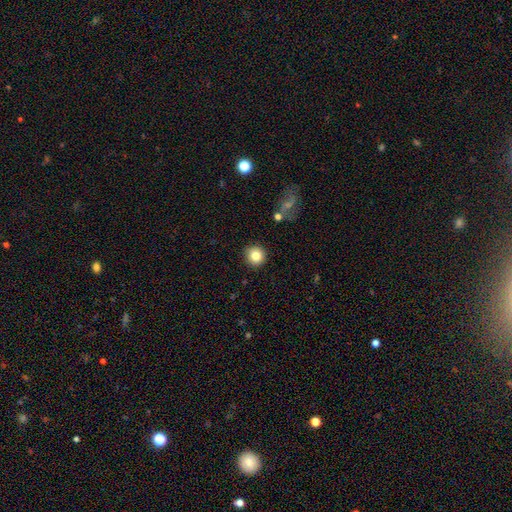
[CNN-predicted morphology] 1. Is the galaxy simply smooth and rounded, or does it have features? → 82% smooth, 10% star or artifact, 8% featured or disk.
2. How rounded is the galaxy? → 93% round, 6% in between, 1% cigar-shaped.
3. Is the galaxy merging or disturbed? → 90% none, 6% minor disturbance, 2% major disturbance, 2% merger.